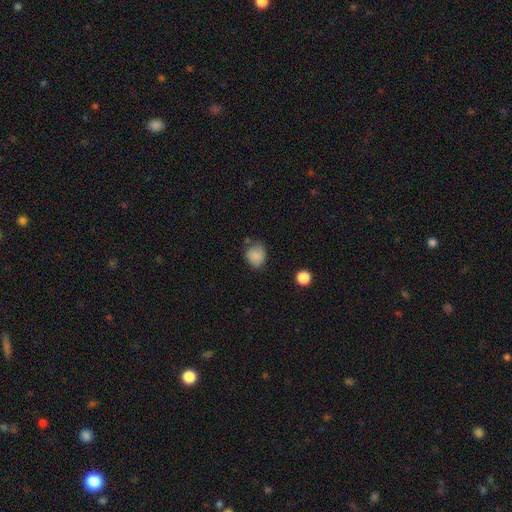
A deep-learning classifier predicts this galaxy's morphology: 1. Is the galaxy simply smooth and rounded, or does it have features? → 79% smooth, 11% featured or disk, 10% star or artifact.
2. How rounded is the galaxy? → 57% round, 42% in between, 1% cigar-shaped.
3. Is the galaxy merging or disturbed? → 58% none, 31% minor disturbance, 8% major disturbance, 4% merger.